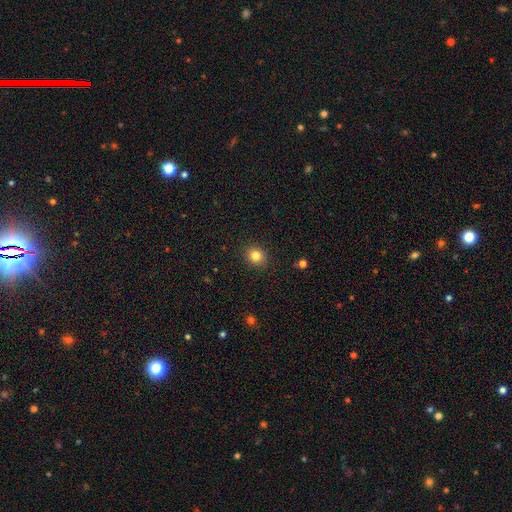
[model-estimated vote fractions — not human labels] This is clearly a smooth galaxy (83%). How rounded: likely round (75%). Merging: clearly none (90%).